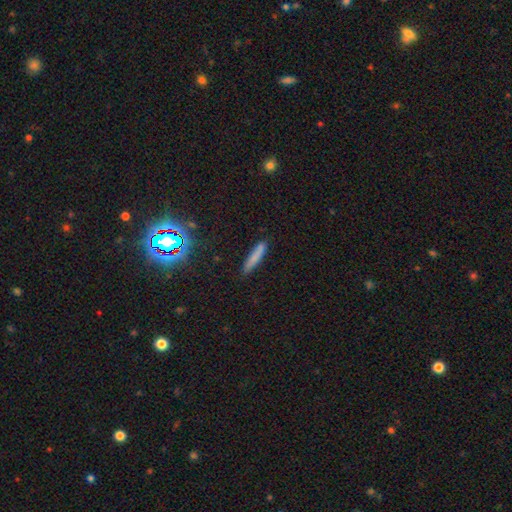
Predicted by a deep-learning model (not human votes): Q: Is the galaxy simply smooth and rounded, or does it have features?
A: smooth — 76%.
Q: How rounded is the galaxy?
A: cigar-shaped — 91%.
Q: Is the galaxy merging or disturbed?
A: none — 84%.